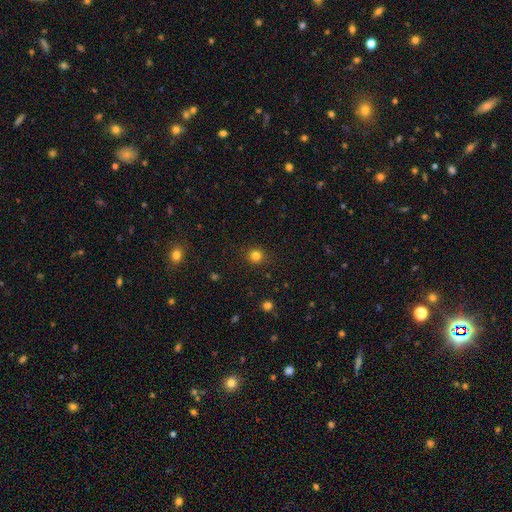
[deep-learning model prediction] This is clearly a smooth galaxy (81%). How rounded: clearly round (90%). Merging: clearly none (89%).